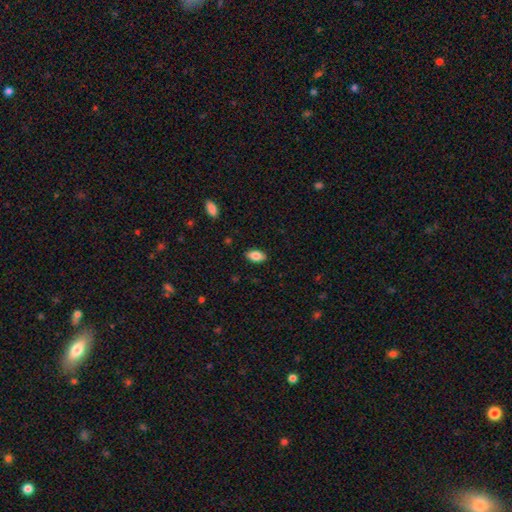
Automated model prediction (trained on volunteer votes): This is clearly a smooth galaxy (86%). How rounded: clearly in between (92%). Merging: clearly none (88%).